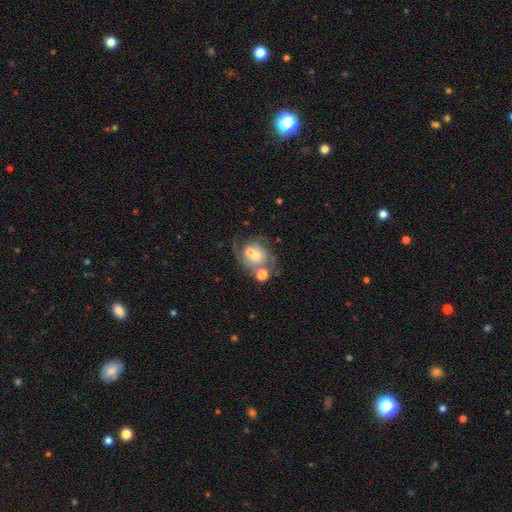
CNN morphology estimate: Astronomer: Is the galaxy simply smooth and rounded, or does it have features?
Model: featured or disk — 54% (runner-up: smooth, 36%).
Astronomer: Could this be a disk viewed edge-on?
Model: no — 97%.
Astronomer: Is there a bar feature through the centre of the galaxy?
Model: no — 83%.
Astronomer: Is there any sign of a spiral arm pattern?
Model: yes — 59% (runner-up: no, 41%).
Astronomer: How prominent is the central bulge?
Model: moderate — 43% (runner-up: small, 35%).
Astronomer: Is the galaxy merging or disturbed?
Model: merger — 42% (runner-up: none, 29%).